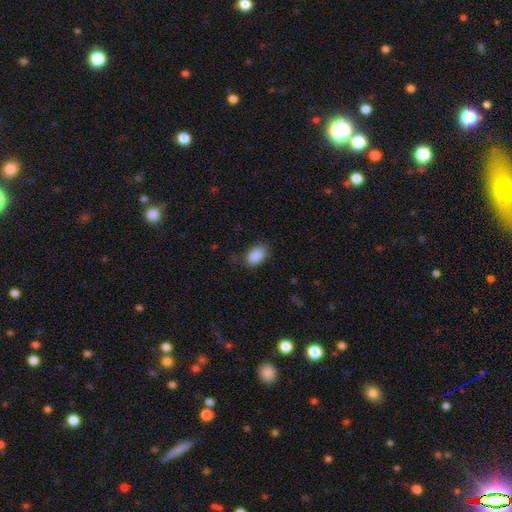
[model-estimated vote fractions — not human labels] Smooth or featured? Predicted: smooth (p=0.90). How rounded? Predicted: in between (p=0.92). Merging? Predicted: none (p=0.80).